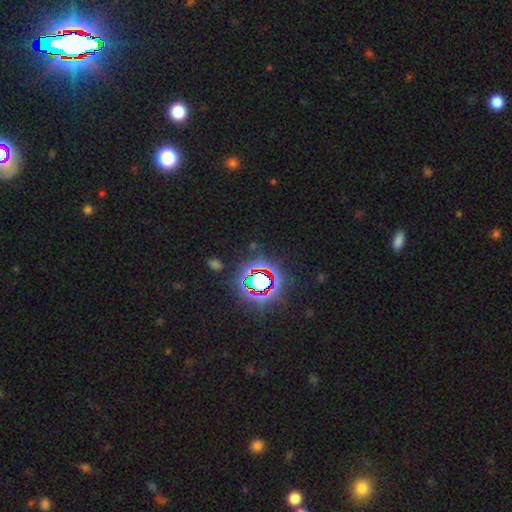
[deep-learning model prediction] Q: Smooth or featured?
A: star or artifact (76%); runner-up: smooth (14%)